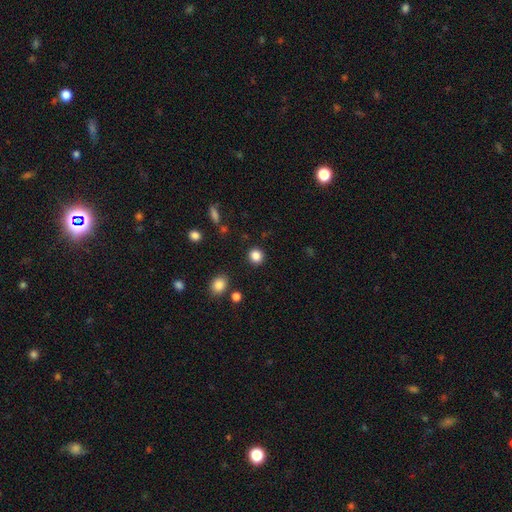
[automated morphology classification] This is clearly a smooth galaxy (85%). How rounded: clearly round (86%). Merging: clearly none (89%).